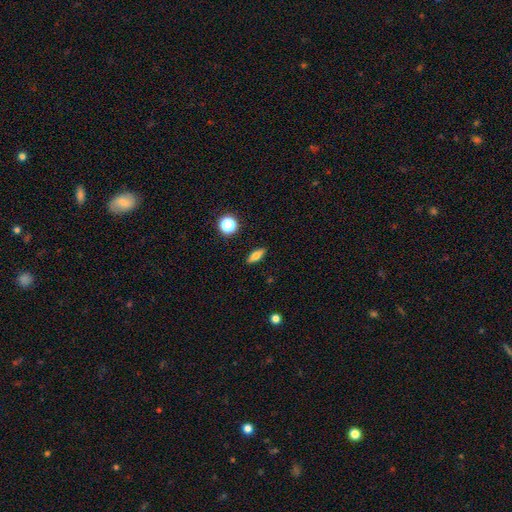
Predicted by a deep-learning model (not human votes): smooth_or_featured: smooth (p=0.68) [alt: featured or disk p=0.21]
how_rounded: in between (p=0.62) [alt: cigar-shaped p=0.31]
merging: none (p=0.90) [alt: minor disturbance p=0.07]